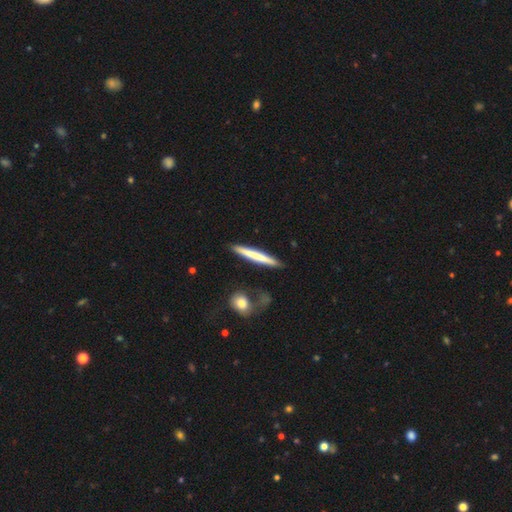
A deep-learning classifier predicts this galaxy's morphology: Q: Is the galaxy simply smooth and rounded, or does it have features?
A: smooth — 61%.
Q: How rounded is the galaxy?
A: cigar-shaped — 96%.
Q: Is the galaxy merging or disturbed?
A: none — 86%.